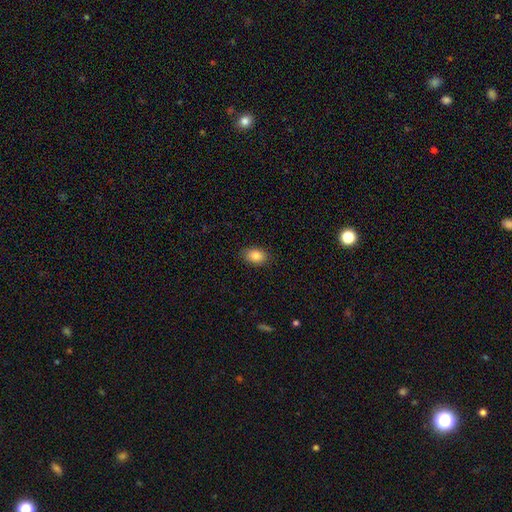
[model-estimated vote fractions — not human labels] This appears to be a smooth galaxy with no disk features (86%) that is in between round and cigar-shaped (82%). Merging: none (87%).